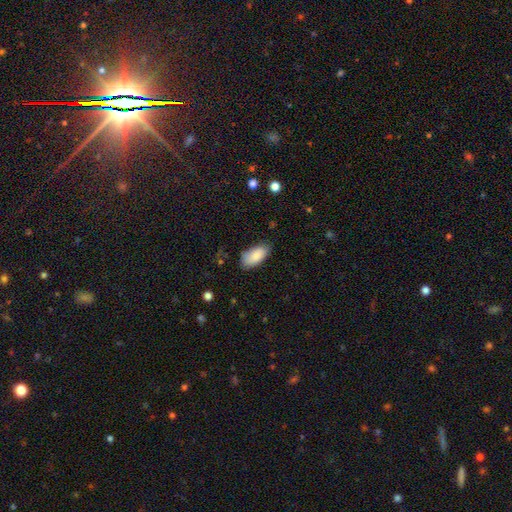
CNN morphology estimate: The model was most divided on "merging": none: 74%, minor disturbance: 20%, major disturbance: 4%, merger: 1%. More confident: how rounded — in between (94%); smooth or featured — smooth (86%).